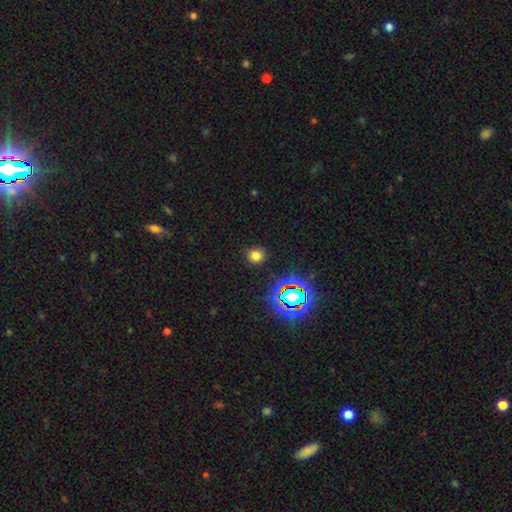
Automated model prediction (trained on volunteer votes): Smooth or featured? smooth (73%)
How rounded? round (85%)
Merging? none (88%)